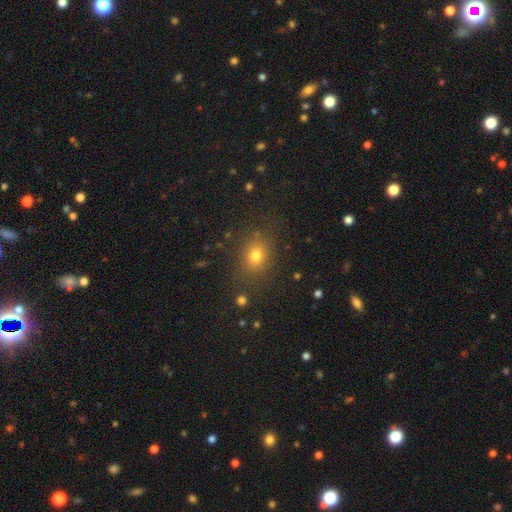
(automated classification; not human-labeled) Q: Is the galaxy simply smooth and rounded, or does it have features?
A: smooth — 73%.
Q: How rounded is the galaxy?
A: round — 56%.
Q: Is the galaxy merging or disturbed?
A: none — 83%.